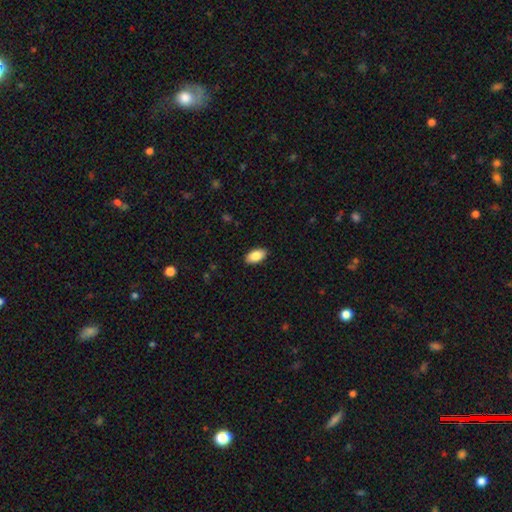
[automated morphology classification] Q: Smooth or featured?
A: smooth (86%); runner-up: featured or disk (7%)
Q: How rounded?
A: in between (94%); runner-up: round (3%)
Q: Merging?
A: none (89%); runner-up: minor disturbance (8%)